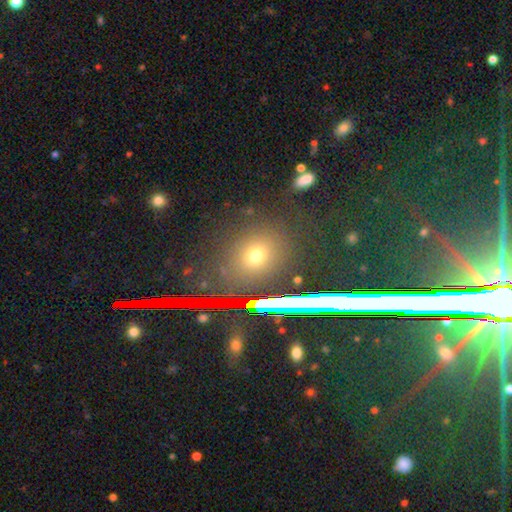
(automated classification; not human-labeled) A smooth galaxy with no disk features (64%) that is round (64%).

Vote fractions:
- Smooth or featured? smooth: 64% / star or artifact: 26% / featured or disk: 10%
- How rounded? round: 64% / in between: 33% / cigar-shaped: 3%
- Merging? none: 83% / minor disturbance: 9% / major disturbance: 4% / merger: 4%